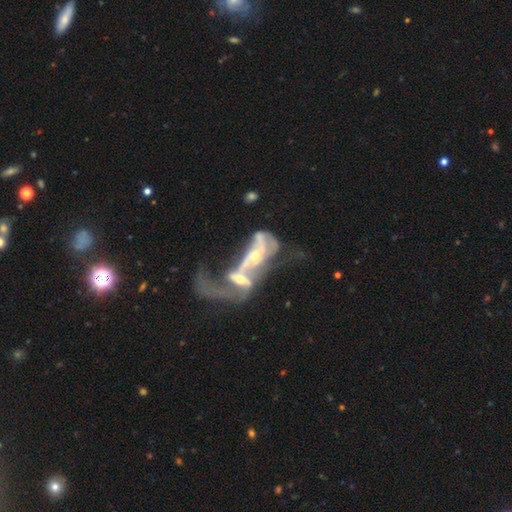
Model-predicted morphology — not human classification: Smooth or featured? featured or disk (77%)
Edge-on disk? no (93%)
Bar? no (57%)
Spiral arms? yes (72%)
Spiral winding? loose (66%)
Spiral arm count? 2 (44%)
Bulge size? moderate (49%)
Merging? merger (78%)